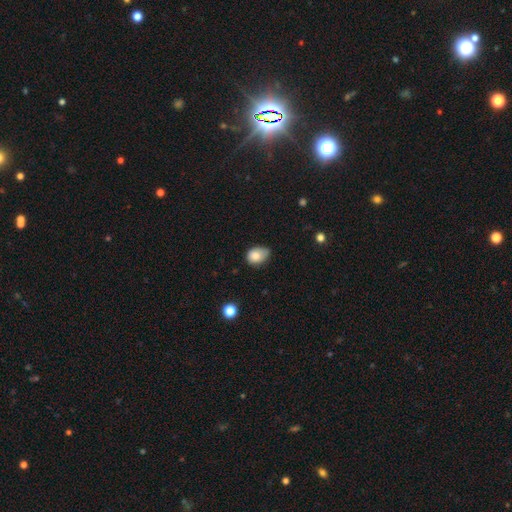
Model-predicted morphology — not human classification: smooth-or-featured: smooth: 80% | featured or disk: 11% | star or artifact: 9%
  how-rounded: in between: 67% | round: 32% | cigar-shaped: 1%
  merging: none: 45% | minor disturbance: 43% | major disturbance: 9% | merger: 3%